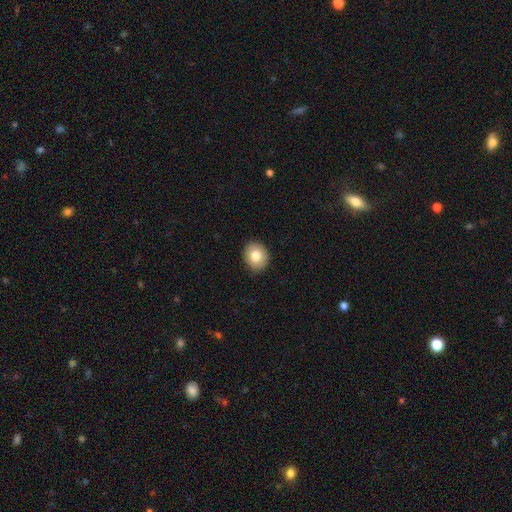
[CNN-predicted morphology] This appears to be a smooth galaxy with no disk features (80%) that is round (72%). Merging: none (89%).